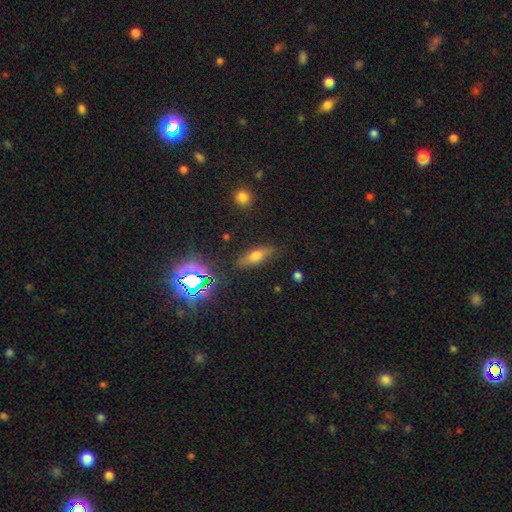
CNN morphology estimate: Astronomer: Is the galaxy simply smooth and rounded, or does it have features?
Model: smooth — 58%.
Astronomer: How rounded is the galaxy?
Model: in between — 59% (runner-up: cigar-shaped, 35%).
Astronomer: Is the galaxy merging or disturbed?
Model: none — 83%.